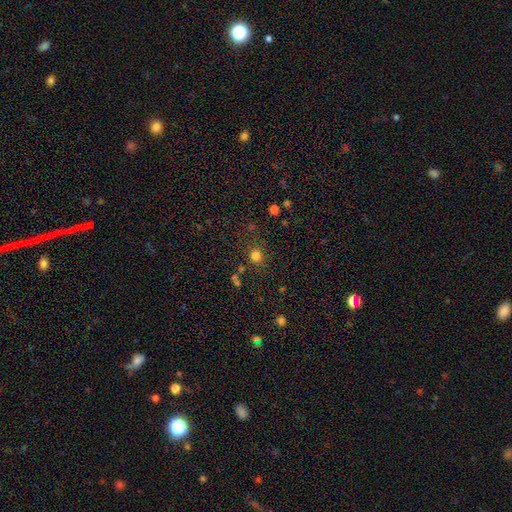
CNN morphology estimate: type=smooth (79%); roundness=round (85%); merging=none (79%).